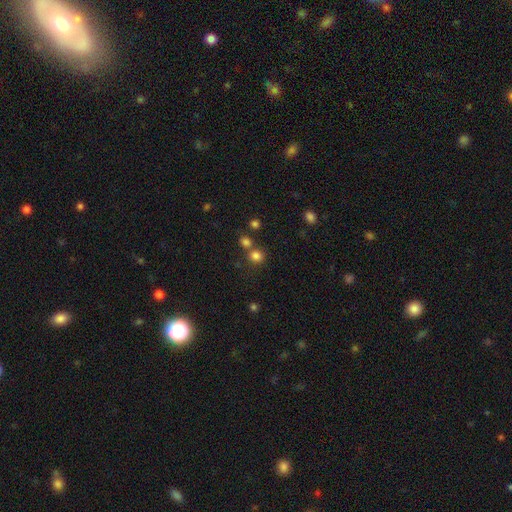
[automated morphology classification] smooth-or-featured: smooth: 79% | star or artifact: 15% | featured or disk: 6%
  how-rounded: round: 85% | in between: 14% | cigar-shaped: 1%
  merging: none: 64% | merger: 24% | minor disturbance: 8% | major disturbance: 4%